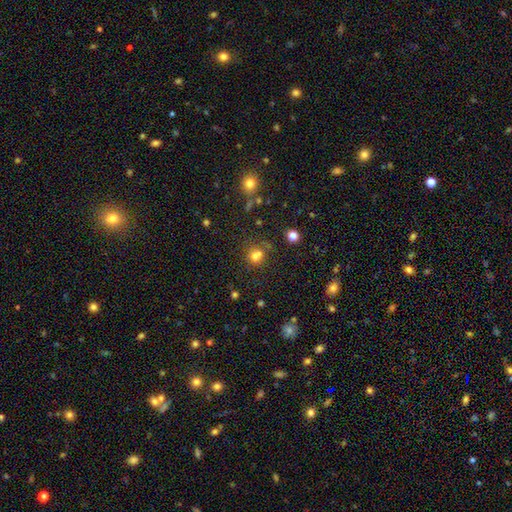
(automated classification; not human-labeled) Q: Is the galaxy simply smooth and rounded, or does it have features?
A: smooth — 71%.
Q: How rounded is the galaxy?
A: round — 78%.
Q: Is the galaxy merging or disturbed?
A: none — 50%.